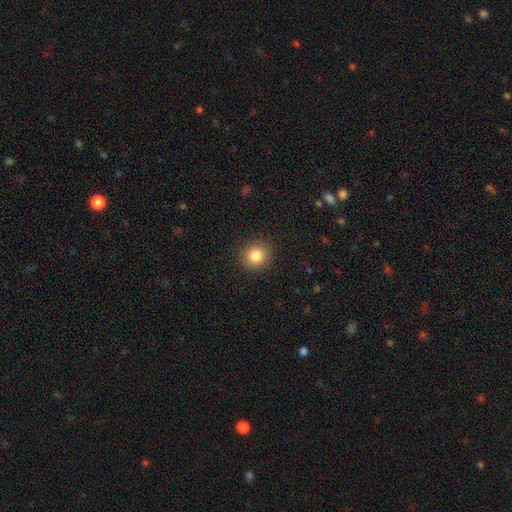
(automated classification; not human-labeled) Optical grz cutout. It shows a smooth galaxy with no disk features (84%) that is round (90%). Merging: none (91%).